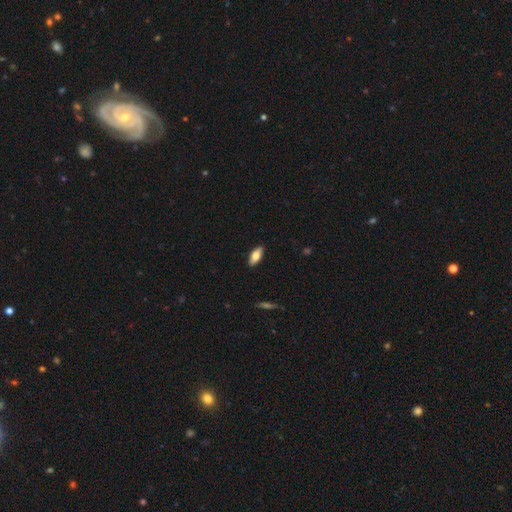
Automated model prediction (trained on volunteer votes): This appears to be a smooth galaxy with no disk features (73%) that is in between round and cigar-shaped (82%). Merging: none (89%).